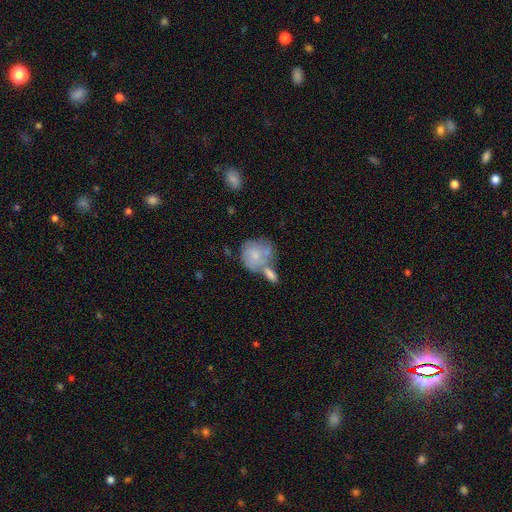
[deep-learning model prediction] smooth 61%, featured or disk 32%, star or artifact 7%. Down the decision tree: how rounded — round (70%); merging — merger (39%).